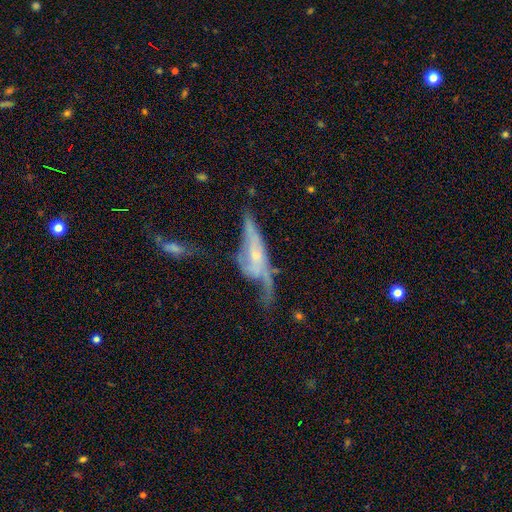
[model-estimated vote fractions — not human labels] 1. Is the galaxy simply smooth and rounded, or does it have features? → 68% featured or disk, 24% smooth, 8% star or artifact.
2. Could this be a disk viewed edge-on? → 63% no, 37% yes.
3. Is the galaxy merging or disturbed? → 38% major disturbance, 25% none, 21% minor disturbance, 15% merger.